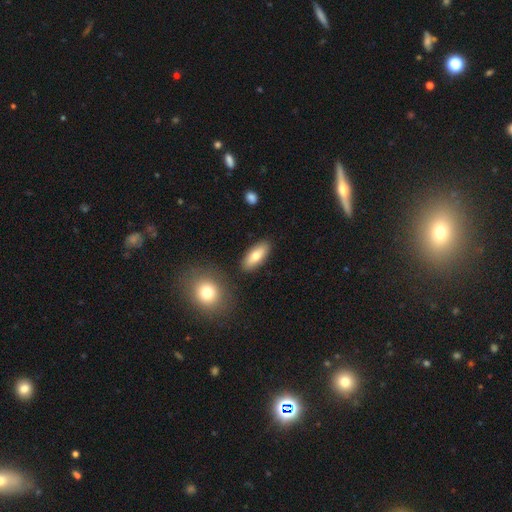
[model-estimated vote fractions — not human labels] Overall: smooth (73%). How rounded: in between (78%). Merging: none (86%).